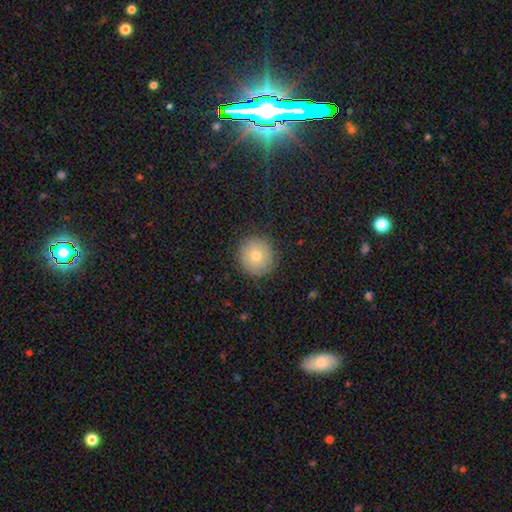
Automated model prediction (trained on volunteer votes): smooth_or_featured: smooth (p=0.71) [alt: featured or disk p=0.16]
how_rounded: round (p=0.94) [alt: in between p=0.05]
merging: none (p=0.89) [alt: minor disturbance p=0.07]